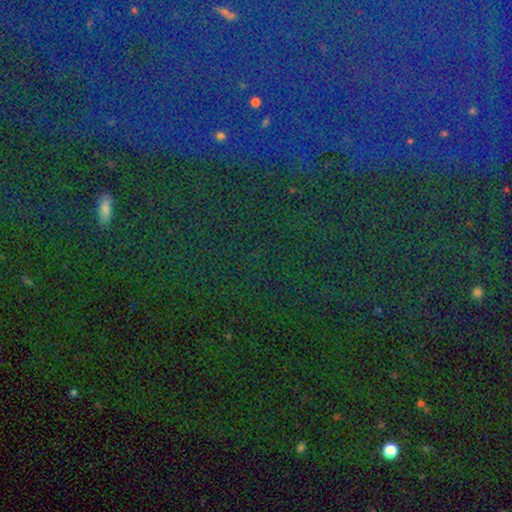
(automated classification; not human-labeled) The model was most divided on "smooth or featured": star or artifact: 81%, smooth: 10%, featured or disk: 9%.